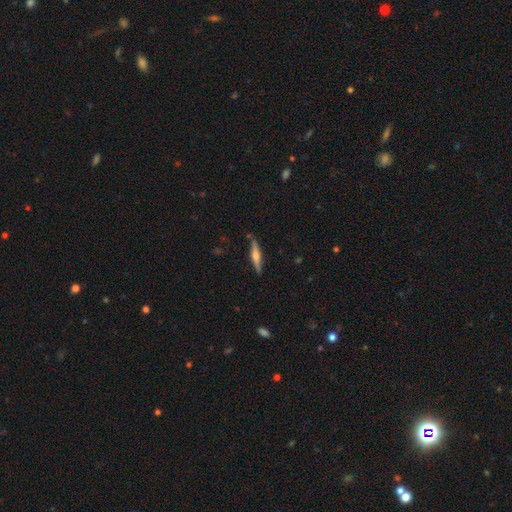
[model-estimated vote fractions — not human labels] The model was most divided on "smooth or featured": featured or disk: 63%, smooth: 31%, star or artifact: 6%. More confident: edge-on disk — yes (97%); merging — none (87%); edge-on bulge — rounded (82%).